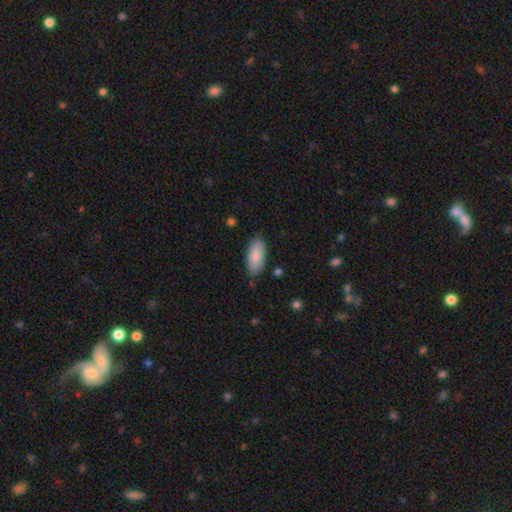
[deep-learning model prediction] Morphology: type=smooth (88%); roundness=in between (90%); merging=none (85%).